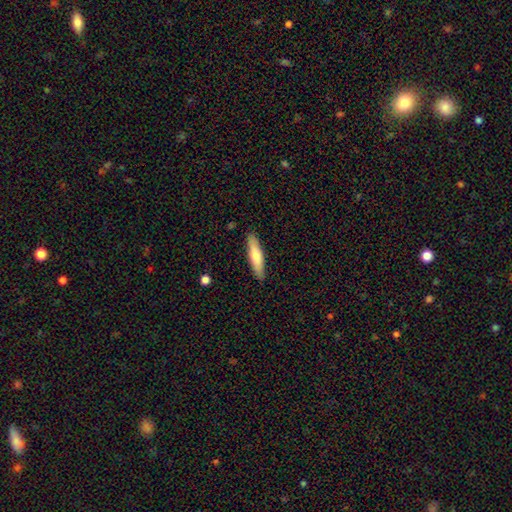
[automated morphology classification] This is likely a smooth galaxy (68%). How rounded: likely cigar-shaped (78%). Merging: clearly none (89%).